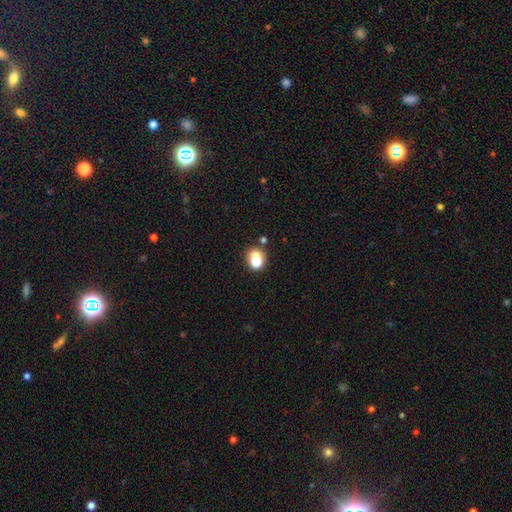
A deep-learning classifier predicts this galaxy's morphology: Smooth or featured? smooth (69%)
How rounded? round (70%)
Merging? none (42%)